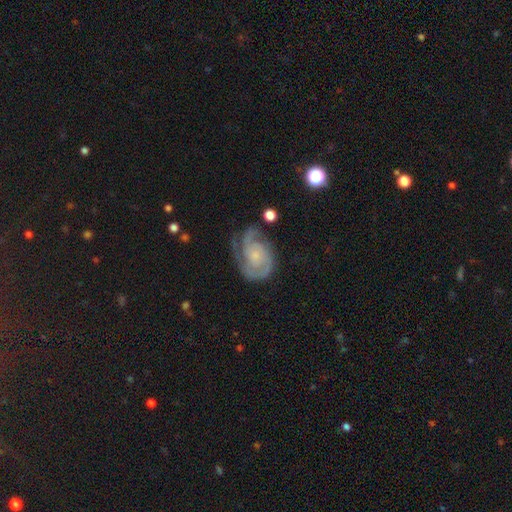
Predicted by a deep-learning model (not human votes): A featured or disk galaxy (87%) with no bar (73%), 2 (61%) tight (55%) spiral arms (97%) and a small central bulge (65%). Merging: none (65%).